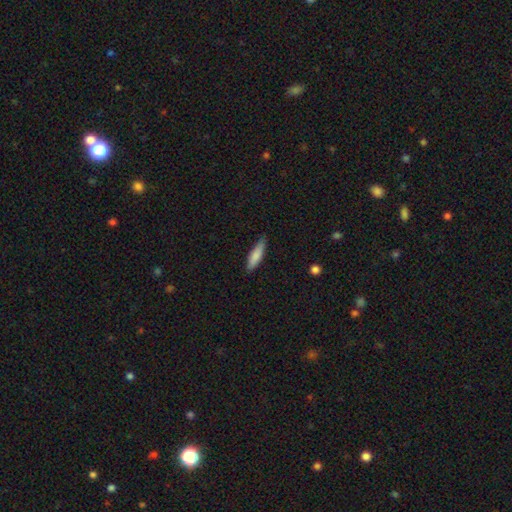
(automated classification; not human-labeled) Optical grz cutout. It shows a smooth galaxy with no disk features (82%) that is cigar-shaped (70%). Merging: none (83%).